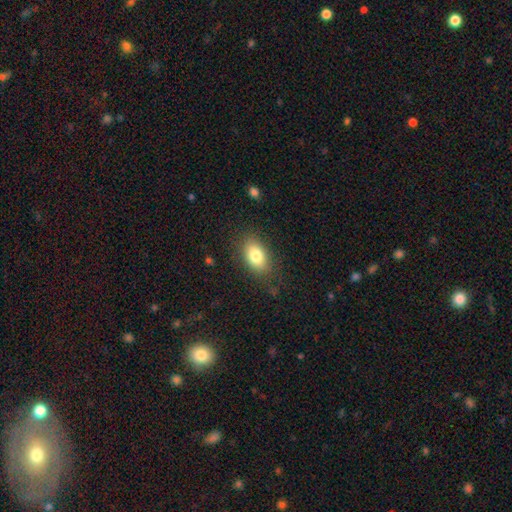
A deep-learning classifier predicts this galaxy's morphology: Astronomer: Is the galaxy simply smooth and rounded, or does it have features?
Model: smooth — 81%.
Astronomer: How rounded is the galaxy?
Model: in between — 88%.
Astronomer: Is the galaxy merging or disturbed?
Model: none — 82%.